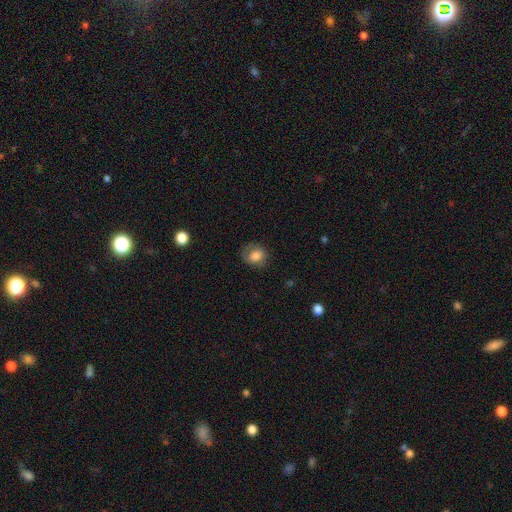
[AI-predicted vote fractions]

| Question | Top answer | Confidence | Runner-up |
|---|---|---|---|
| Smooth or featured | smooth | 76% | featured or disk (15%) |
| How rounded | round | 61% | in between (38%) |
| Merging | none | 67% | minor disturbance (21%) |